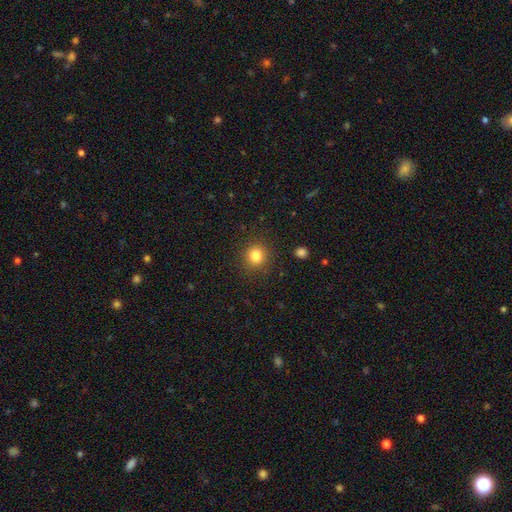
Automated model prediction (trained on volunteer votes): smooth-or-featured: smooth: 82% | star or artifact: 12% | featured or disk: 6%
  how-rounded: round: 91% | in between: 8% | cigar-shaped: 1%
  merging: none: 89% | minor disturbance: 7% | major disturbance: 3% | merger: 1%